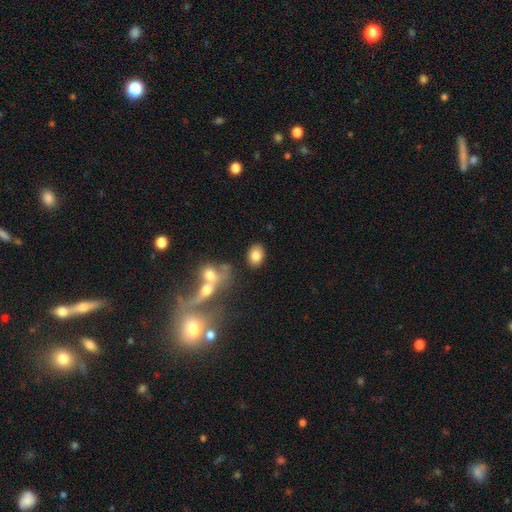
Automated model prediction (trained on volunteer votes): Overall: smooth (81%). How rounded: in between (70%). Merging: none (81%).